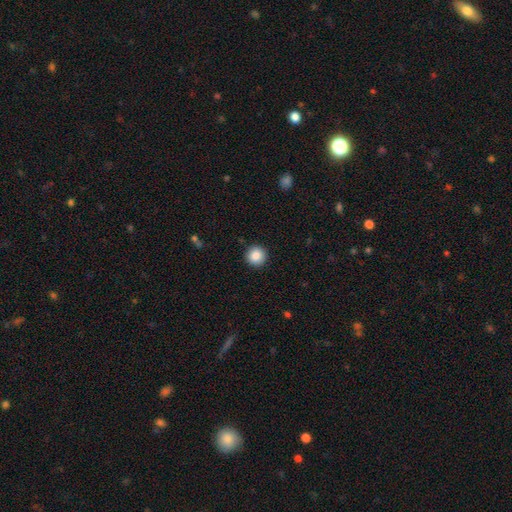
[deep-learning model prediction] Morphology: type=smooth (87%); roundness=round (95%); merging=none (92%).